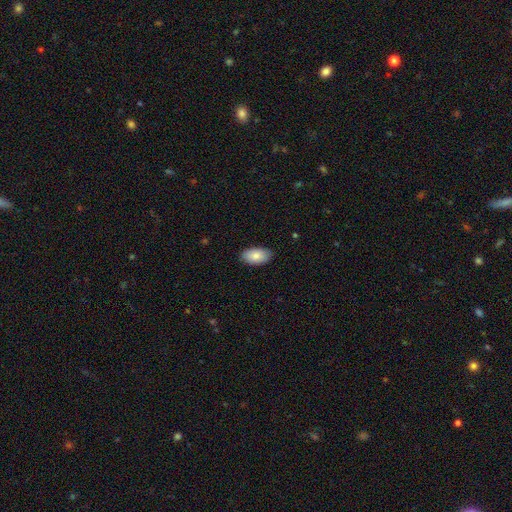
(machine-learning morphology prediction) smooth 84%, featured or disk 10%, star or artifact 6%. Down the decision tree: how rounded — in between (95%); merging — none (86%).